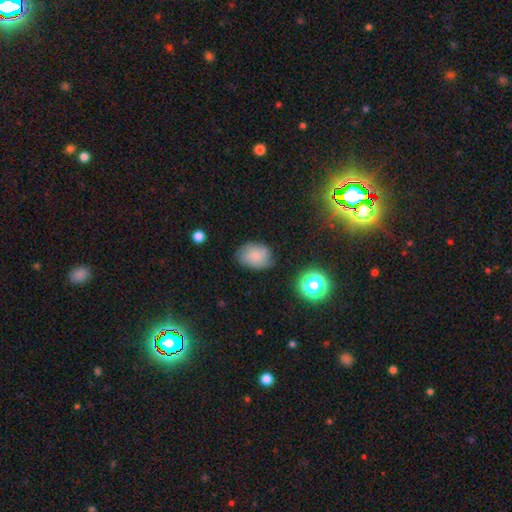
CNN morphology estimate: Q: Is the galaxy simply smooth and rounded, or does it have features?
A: smooth — 76%.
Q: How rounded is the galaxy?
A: in between — 71%.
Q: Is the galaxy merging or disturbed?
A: none — 72%.